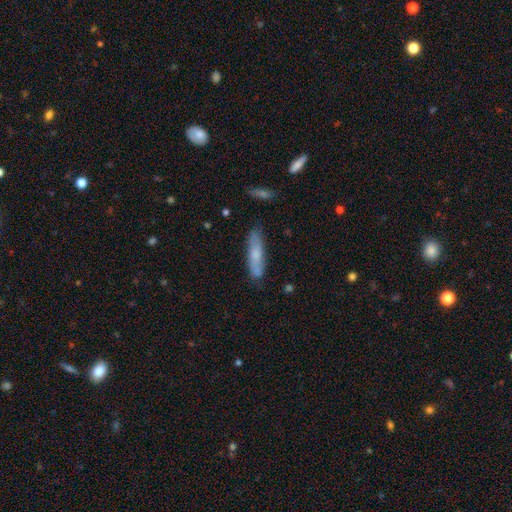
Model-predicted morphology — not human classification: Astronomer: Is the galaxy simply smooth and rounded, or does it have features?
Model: smooth — 61%.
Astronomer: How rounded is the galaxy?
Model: cigar-shaped — 79%.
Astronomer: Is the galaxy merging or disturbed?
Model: none — 78%.